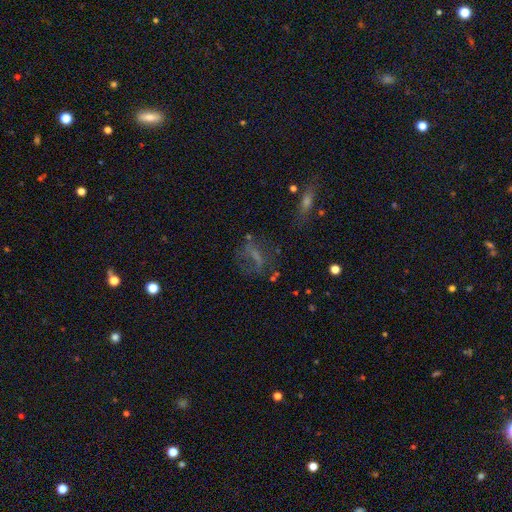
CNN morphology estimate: Smooth or featured? Predicted: featured or disk (p=0.39). Merging? Predicted: none (p=0.50).